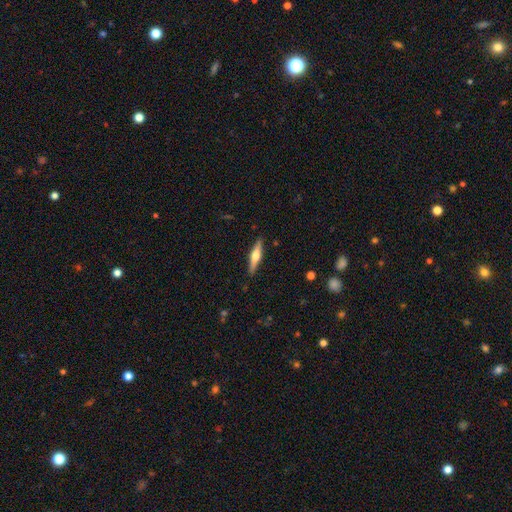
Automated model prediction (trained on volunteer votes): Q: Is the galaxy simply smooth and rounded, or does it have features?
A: featured or disk — 60%.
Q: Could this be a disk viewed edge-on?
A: yes — 97%.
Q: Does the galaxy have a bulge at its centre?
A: rounded — 91%.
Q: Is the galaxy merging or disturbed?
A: none — 89%.